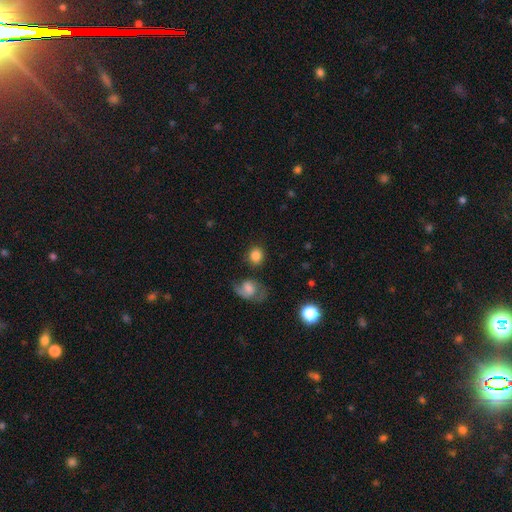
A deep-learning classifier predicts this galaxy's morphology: Q: Smooth or featured?
A: smooth (82%); runner-up: featured or disk (9%)
Q: How rounded?
A: round (83%); runner-up: in between (16%)
Q: Merging?
A: none (76%); runner-up: minor disturbance (10%)